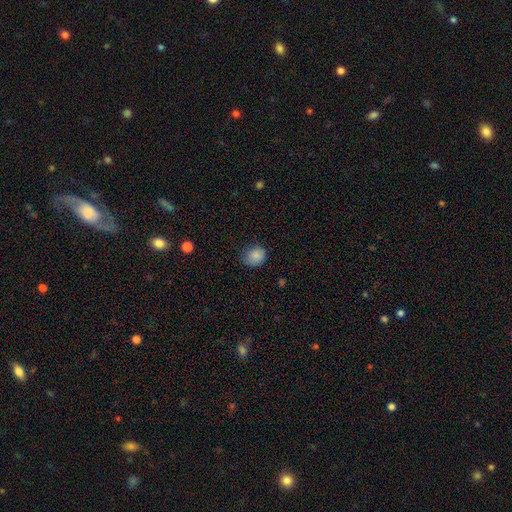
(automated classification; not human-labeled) smooth_or_featured: smooth (p=0.85) [alt: star or artifact p=0.10]
how_rounded: round (p=0.66) [alt: in between p=0.33]
merging: none (p=0.66) [alt: minor disturbance p=0.28]